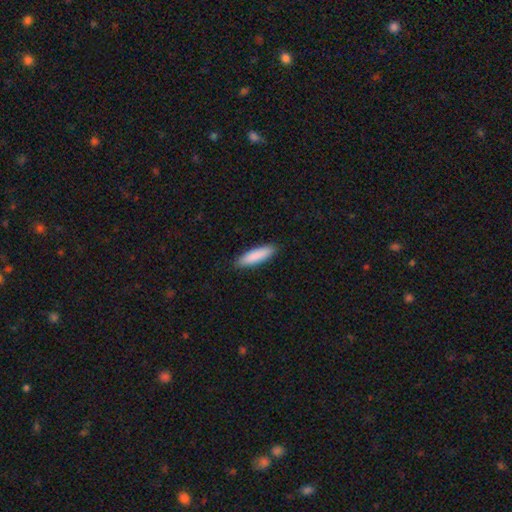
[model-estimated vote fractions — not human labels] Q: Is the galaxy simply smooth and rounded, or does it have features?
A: smooth — 88%.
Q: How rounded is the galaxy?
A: cigar-shaped — 64%.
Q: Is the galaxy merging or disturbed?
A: none — 89%.